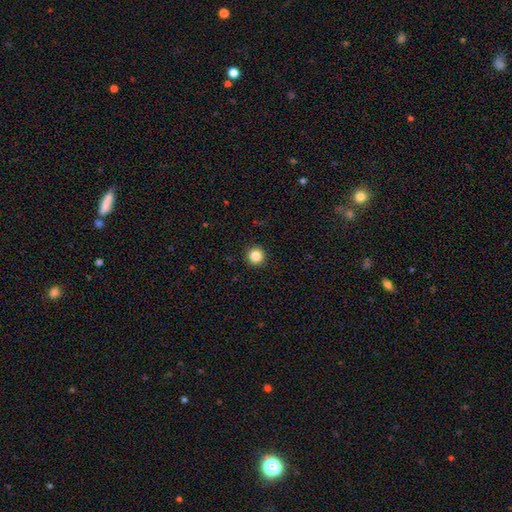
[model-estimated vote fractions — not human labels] This appears to be a smooth galaxy with no disk features (85%) that is round (95%). Merging: none (93%).